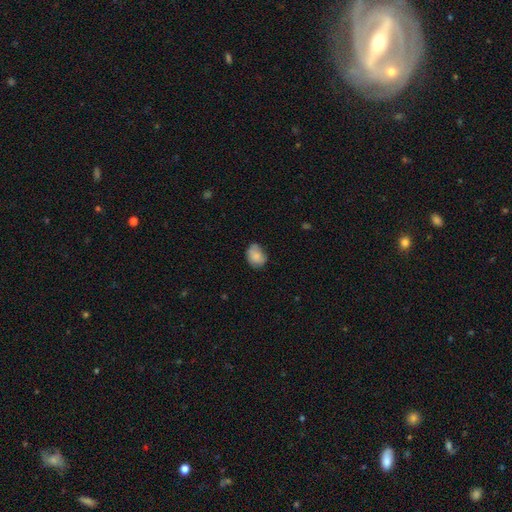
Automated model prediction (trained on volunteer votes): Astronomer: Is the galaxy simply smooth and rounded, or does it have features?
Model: smooth — 82%.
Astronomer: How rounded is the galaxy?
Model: in between — 63%.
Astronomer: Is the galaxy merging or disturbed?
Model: none — 60%.